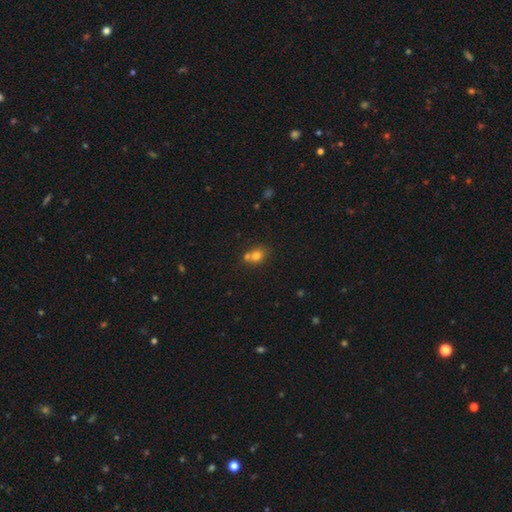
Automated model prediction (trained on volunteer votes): Smooth or featured?
  - smooth: 76% *
  - star or artifact: 12%
  - featured or disk: 12%
How rounded?
  - round: 52% *
  - in between: 47%
  - cigar-shaped: 1%
Merging?
  - none: 46% *
  - merger: 40%
  - minor disturbance: 11%
  - major disturbance: 3%